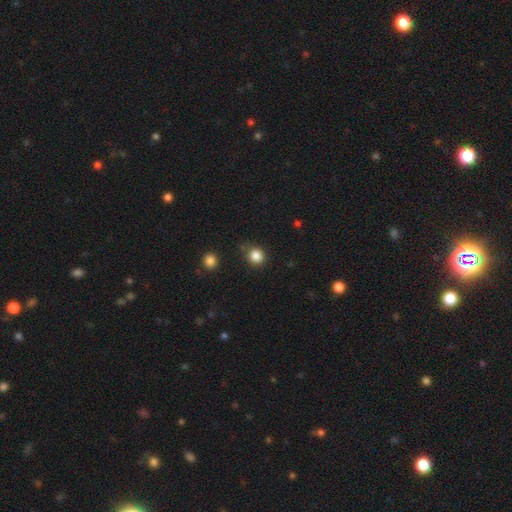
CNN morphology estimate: This is clearly a smooth galaxy (85%). How rounded: clearly round (84%). Merging: likely none (78%).